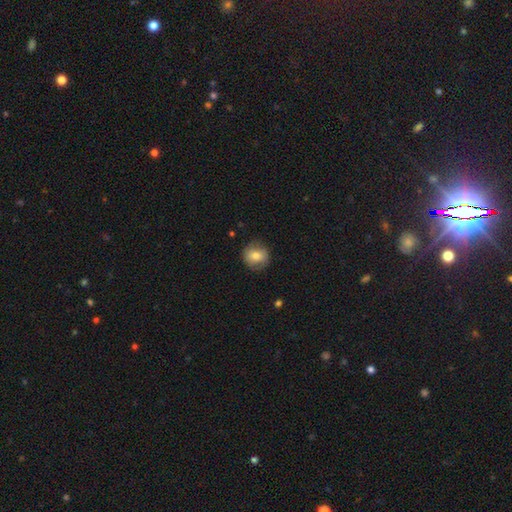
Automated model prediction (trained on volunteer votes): A smooth galaxy with no disk features (72%) that is round (86%).

Vote fractions:
- Smooth or featured? smooth: 72% / featured or disk: 19% / star or artifact: 9%
- How rounded? round: 86% / in between: 13% / cigar-shaped: 1%
- Merging? none: 81% / minor disturbance: 14% / major disturbance: 4% / merger: 1%